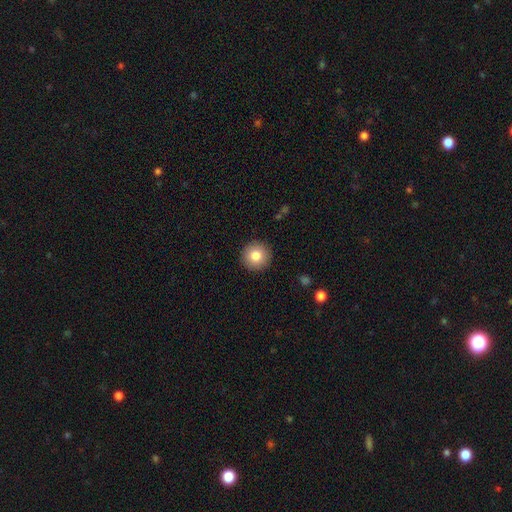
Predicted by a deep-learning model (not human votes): Smooth or featured? Predicted: smooth (p=0.83). How rounded? Predicted: round (p=0.95). Merging? Predicted: none (p=0.92).